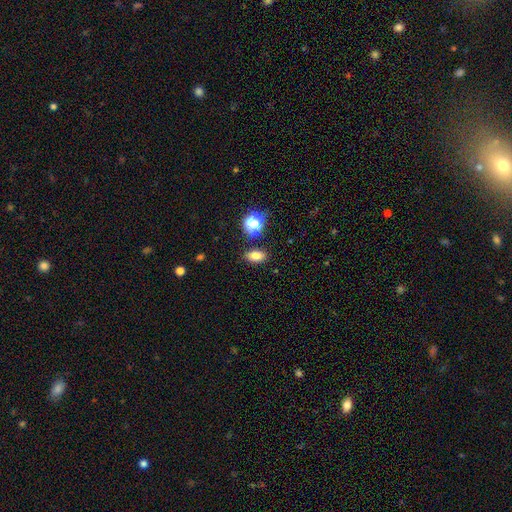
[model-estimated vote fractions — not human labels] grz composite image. It shows a smooth galaxy with no disk features (79%) that is in between round and cigar-shaped (83%). Merging: none (84%).